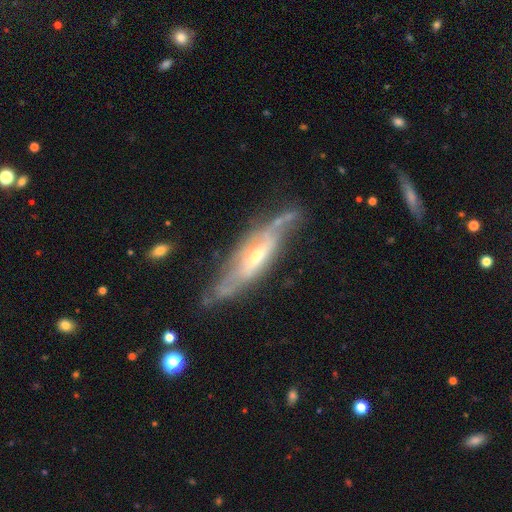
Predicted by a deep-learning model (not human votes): This appears to be a featured or disk galaxy (81%). Merging: none (61%).